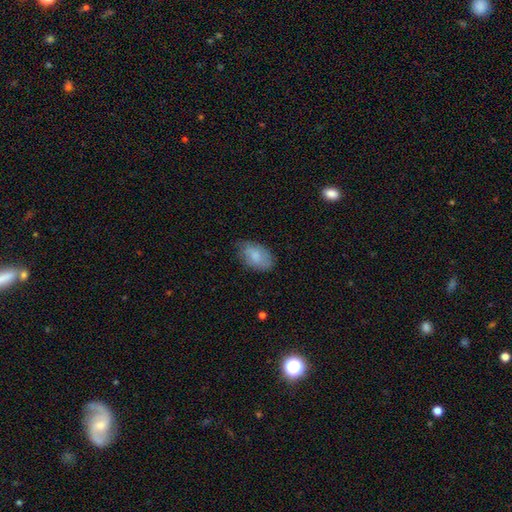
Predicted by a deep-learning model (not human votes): A smooth galaxy with no disk features (73%) that is in between round and cigar-shaped (92%).

Vote fractions:
- Smooth or featured? smooth: 73% / featured or disk: 20% / star or artifact: 7%
- How rounded? in between: 92% / round: 6% / cigar-shaped: 2%
- Merging? none: 70% / minor disturbance: 24% / major disturbance: 5% / merger: 1%